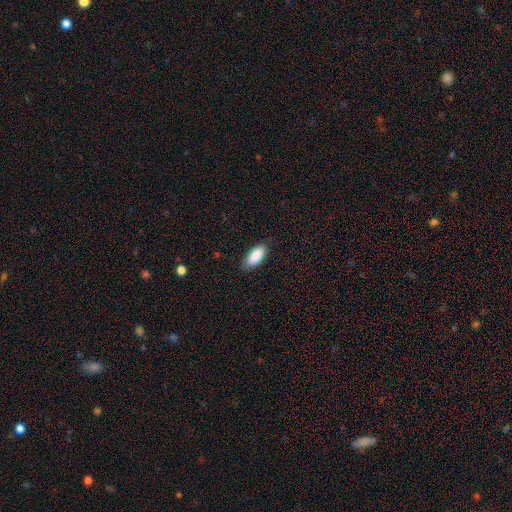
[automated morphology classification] Smooth or featured?
  - smooth: 88% *
  - featured or disk: 6%
  - star or artifact: 6%
How rounded?
  - in between: 86% *
  - cigar-shaped: 12%
  - round: 2%
Merging?
  - none: 85% *
  - minor disturbance: 12%
  - major disturbance: 2%
  - merger: 1%